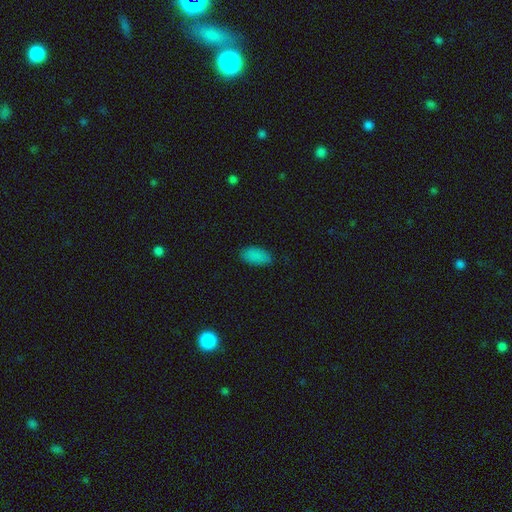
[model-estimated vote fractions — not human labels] smooth-or-featured: smooth: 87% | star or artifact: 9% | featured or disk: 4%
  how-rounded: in between: 92% | cigar-shaped: 5% | round: 3%
  merging: none: 84% | minor disturbance: 12% | major disturbance: 3% | merger: 1%